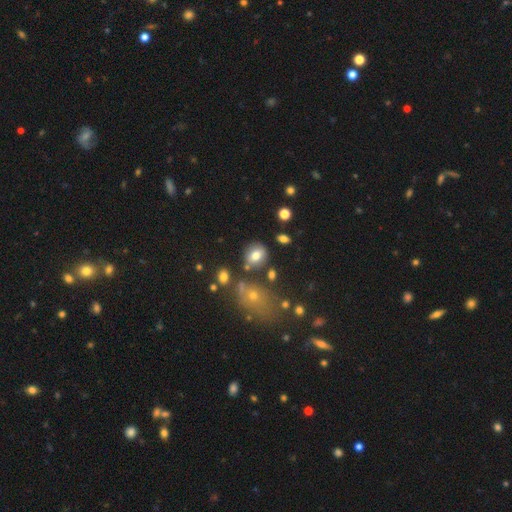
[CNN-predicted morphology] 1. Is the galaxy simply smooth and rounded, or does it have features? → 73% smooth, 15% featured or disk, 12% star or artifact.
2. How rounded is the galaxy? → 58% round, 40% in between, 2% cigar-shaped.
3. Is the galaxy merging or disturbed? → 76% none, 12% minor disturbance, 8% merger, 4% major disturbance.